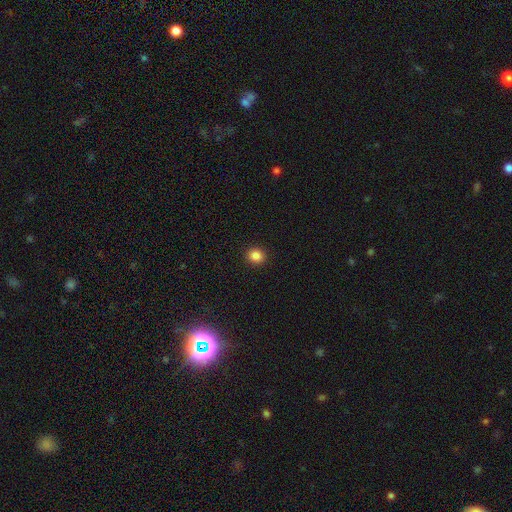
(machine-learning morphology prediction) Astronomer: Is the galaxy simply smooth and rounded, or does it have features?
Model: smooth — 85%.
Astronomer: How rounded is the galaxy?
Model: round — 82%.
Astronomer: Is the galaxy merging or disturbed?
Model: none — 92%.